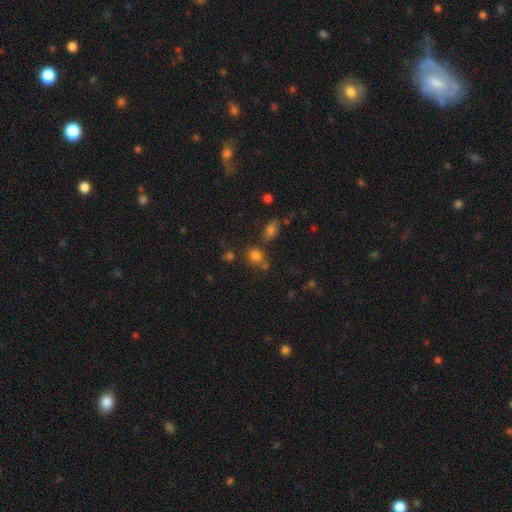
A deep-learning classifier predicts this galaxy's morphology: This is likely a smooth galaxy (78%). How rounded: likely round (79%). Merging: likely none (65%).